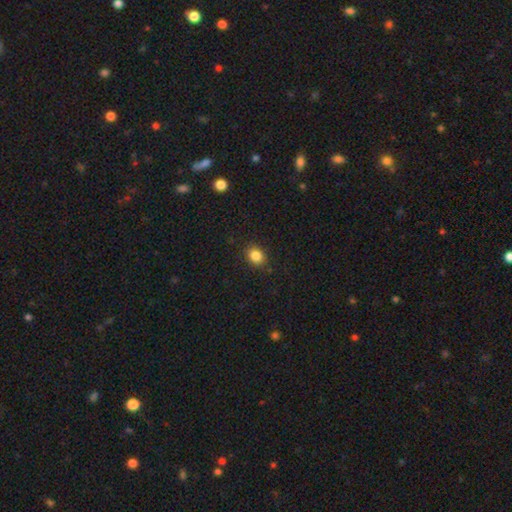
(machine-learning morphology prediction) Smooth or featured?
  - smooth: 85% *
  - star or artifact: 10%
  - featured or disk: 5%
How rounded?
  - round: 52% *
  - in between: 47%
  - cigar-shaped: 1%
Merging?
  - none: 88% *
  - minor disturbance: 8%
  - major disturbance: 2%
  - merger: 1%